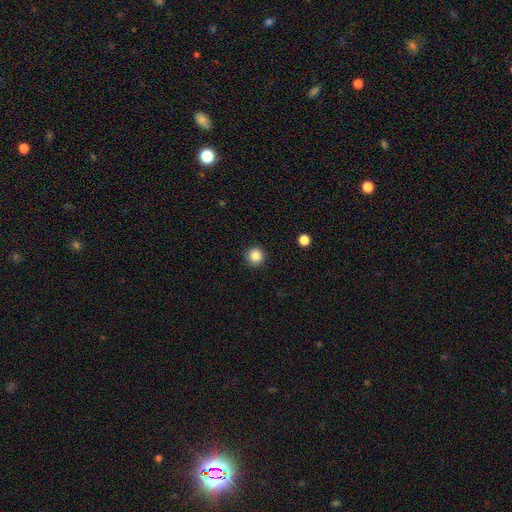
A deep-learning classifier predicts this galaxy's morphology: Smooth or featured: smooth — 86% (star or artifact — 10%)
How rounded: round — 96% (in between — 3%)
Merging: none — 92% (minor disturbance — 5%)